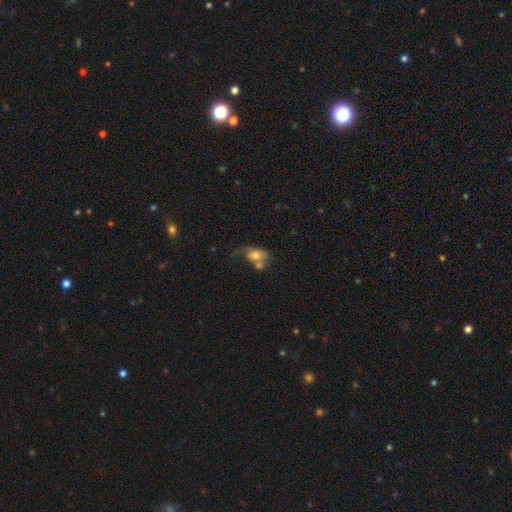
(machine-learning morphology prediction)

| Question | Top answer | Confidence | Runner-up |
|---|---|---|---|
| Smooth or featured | smooth | 63% | featured or disk (28%) |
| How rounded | in between | 68% | round (29%) |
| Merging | merger | 41% | major disturbance (23%) |